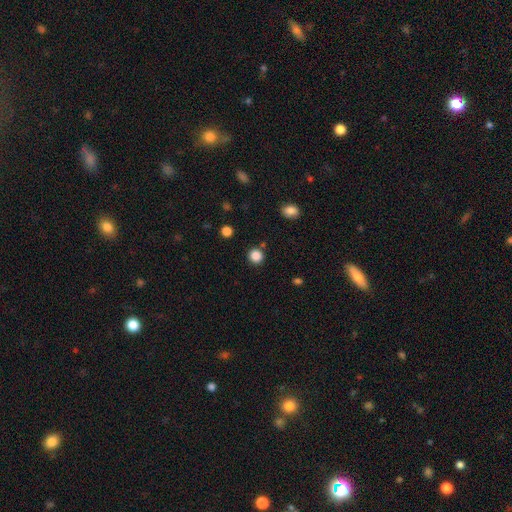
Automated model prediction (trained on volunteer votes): Q: Smooth or featured?
A: smooth (86%); runner-up: star or artifact (11%)
Q: How rounded?
A: round (93%); runner-up: in between (6%)
Q: Merging?
A: none (88%); runner-up: minor disturbance (6%)